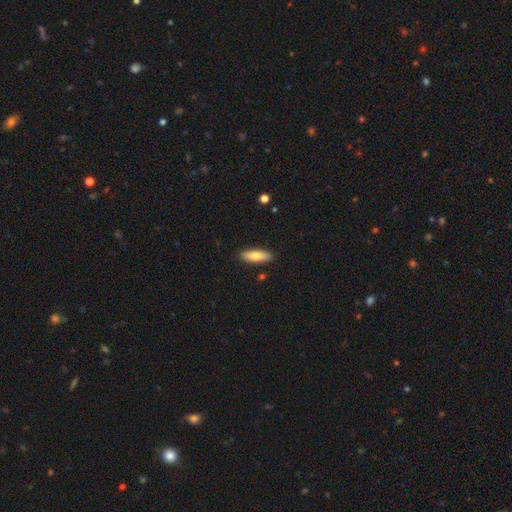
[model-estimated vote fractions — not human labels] smooth-or-featured: smooth: 78% | featured or disk: 16% | star or artifact: 6%
  how-rounded: in between: 52% | cigar-shaped: 46% | round: 2%
  merging: none: 88% | minor disturbance: 9% | major disturbance: 2% | merger: 1%